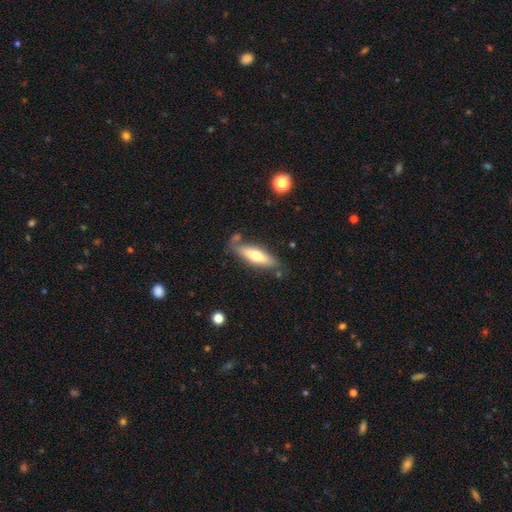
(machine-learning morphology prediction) smooth_or_featured: smooth (p=0.57) [alt: featured or disk p=0.37]
how_rounded: cigar-shaped (p=0.56) [alt: in between p=0.42]
merging: none (p=0.71) [alt: minor disturbance p=0.18]